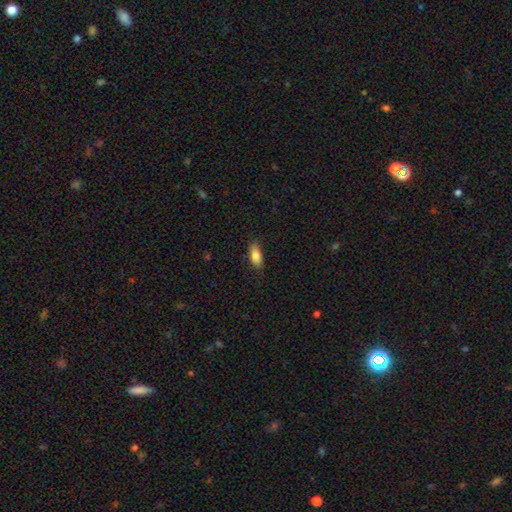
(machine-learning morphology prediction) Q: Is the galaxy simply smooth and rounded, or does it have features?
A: smooth — 86%.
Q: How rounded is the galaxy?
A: in between — 82%.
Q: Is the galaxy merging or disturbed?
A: none — 83%.